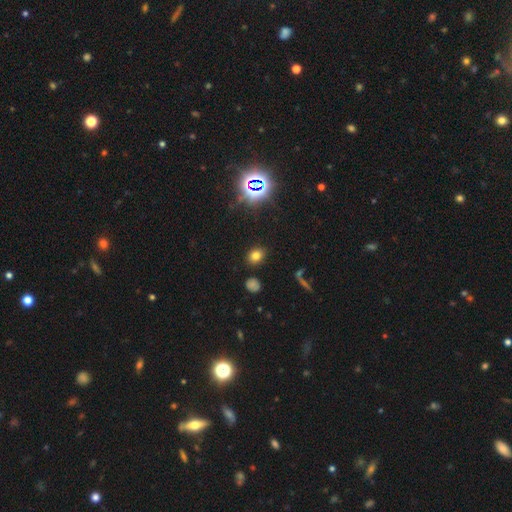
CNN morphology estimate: Smooth or featured? Predicted: smooth (p=0.72). How rounded? Predicted: in between (p=0.58). Merging? Predicted: none (p=0.87).